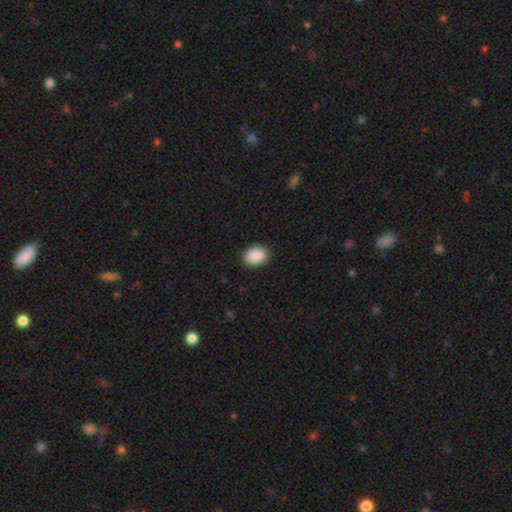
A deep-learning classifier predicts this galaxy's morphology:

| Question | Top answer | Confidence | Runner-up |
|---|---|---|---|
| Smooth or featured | smooth | 90% | star or artifact (7%) |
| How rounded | in between | 66% | round (33%) |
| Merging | none | 88% | minor disturbance (9%) |